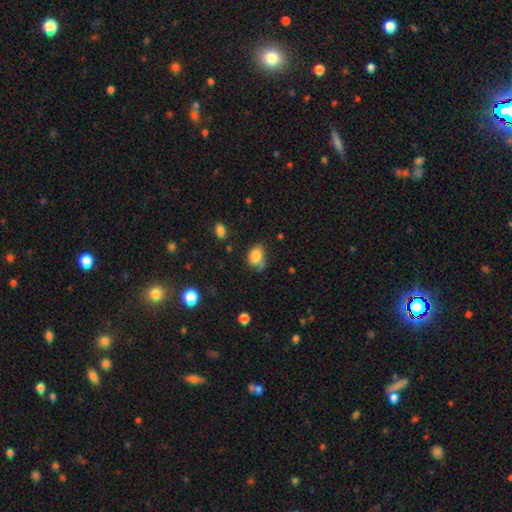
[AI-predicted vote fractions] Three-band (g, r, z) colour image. It shows a smooth galaxy with no disk features (81%) that is in between round and cigar-shaped (63%). Merging: none (45%).